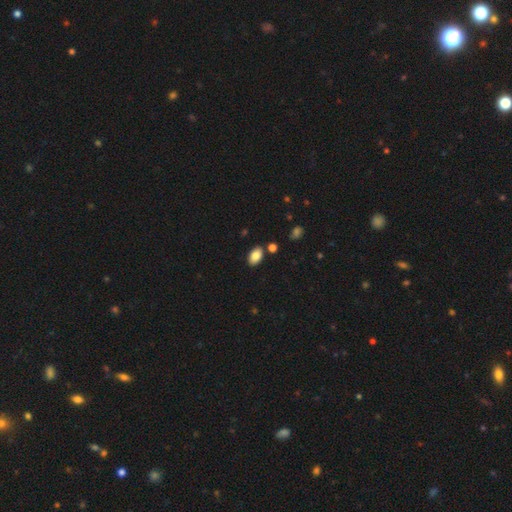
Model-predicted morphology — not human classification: Q: Smooth or featured?
A: smooth (85%); runner-up: star or artifact (8%)
Q: How rounded?
A: in between (91%); runner-up: round (8%)
Q: Merging?
A: none (84%); runner-up: minor disturbance (9%)